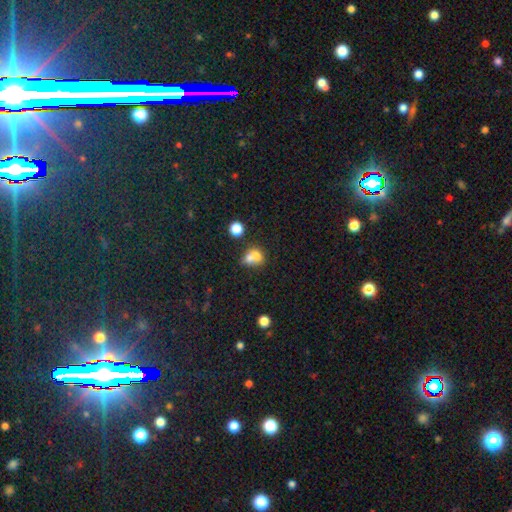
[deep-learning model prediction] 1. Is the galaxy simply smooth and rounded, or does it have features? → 69% smooth, 18% featured or disk, 12% star or artifact.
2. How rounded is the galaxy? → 59% round, 39% in between, 1% cigar-shaped.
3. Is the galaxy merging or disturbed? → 62% merger, 26% none, 8% minor disturbance, 4% major disturbance.